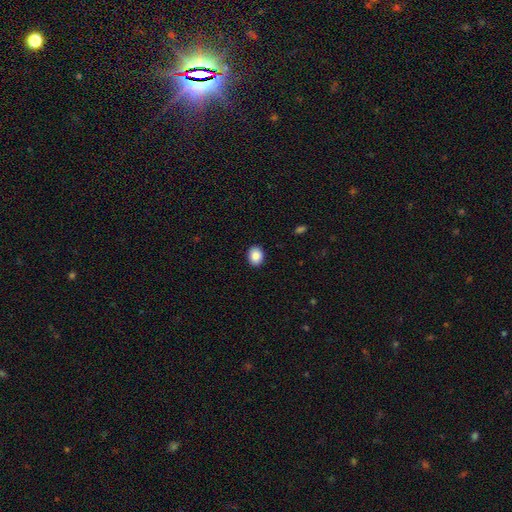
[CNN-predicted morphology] type=smooth (88%); roundness=in between (51%); merging=none (91%).